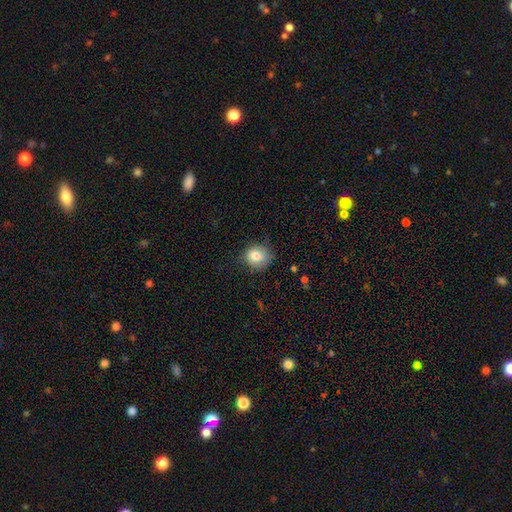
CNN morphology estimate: Overall: smooth (80%). How rounded: round (74%). Merging: none (71%).